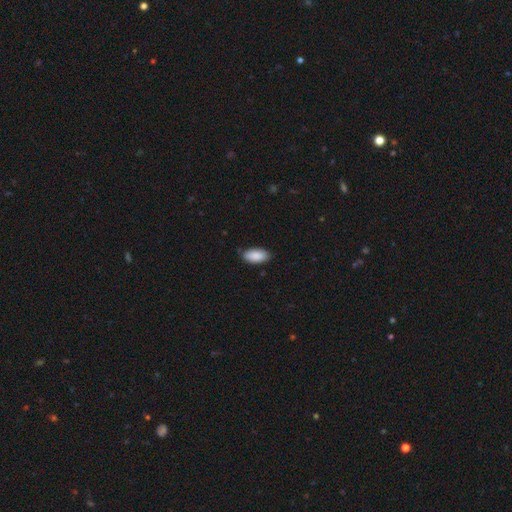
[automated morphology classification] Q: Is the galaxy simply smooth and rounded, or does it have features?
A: smooth — 89%.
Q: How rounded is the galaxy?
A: in between — 93%.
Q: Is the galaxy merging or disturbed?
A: none — 83%.